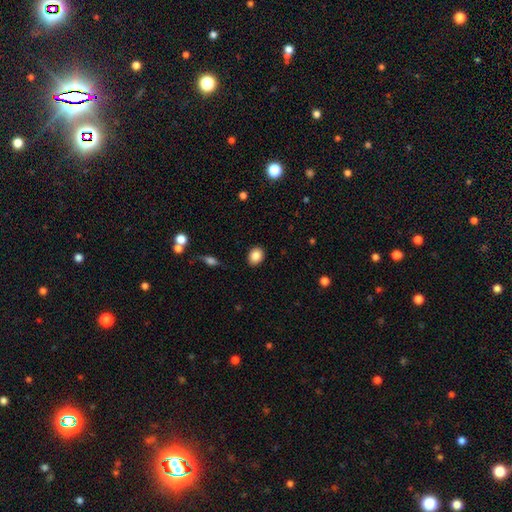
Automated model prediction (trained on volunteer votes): Overall: smooth (87%). How rounded: in between (51%; round 48%). Merging: none (89%).